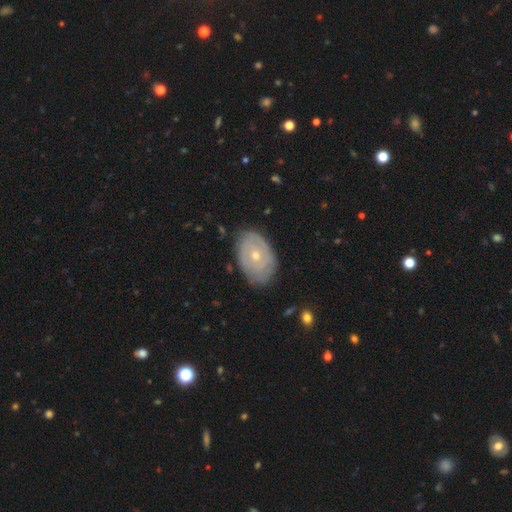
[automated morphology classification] A featured or disk galaxy (66%) with no bar (83%), spiral arms (64%) and a small central bulge (53%).

Vote fractions:
- Smooth or featured? featured or disk: 66% / smooth: 27% / star or artifact: 6%
- Edge-on disk? no: 94% / yes: 6%
- Bar? no: 83% / weak: 14% / strong: 3%
- Spiral arms? yes: 64% / no: 36%
- Bulge size? small: 53% / moderate: 44% / large: 1% / none: 1% / dominant: 1%
- Merging? none: 78% / minor disturbance: 17% / major disturbance: 4% / merger: 1%